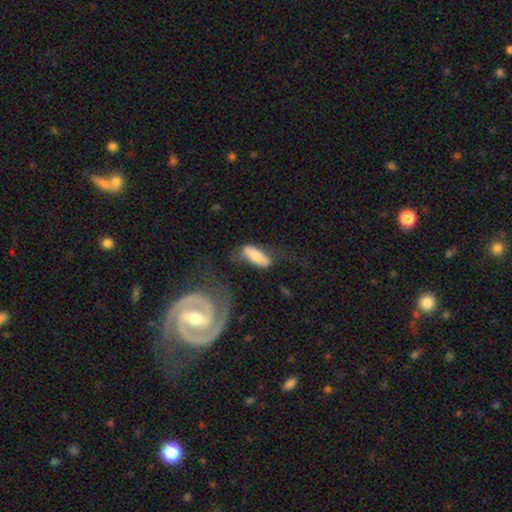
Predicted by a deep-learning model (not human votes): This appears to be a smooth galaxy with no disk features (68%) that is in between round and cigar-shaped (64%). Merging: none (49%).